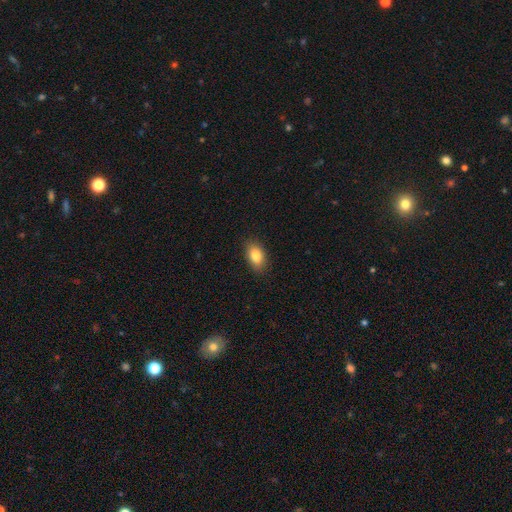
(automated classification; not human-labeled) Q: Smooth or featured?
A: smooth (84%); runner-up: star or artifact (8%)
Q: How rounded?
A: in between (87%); runner-up: round (11%)
Q: Merging?
A: none (87%); runner-up: minor disturbance (10%)